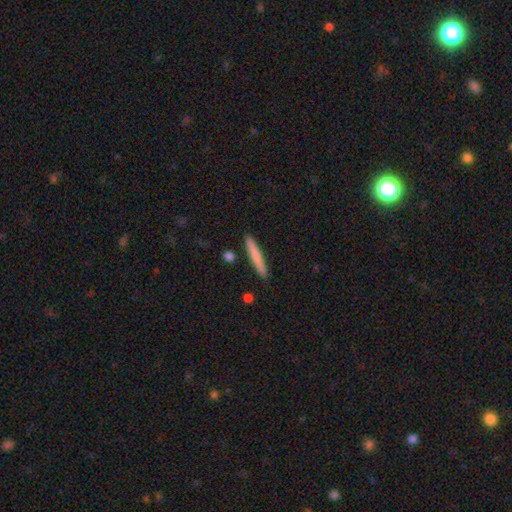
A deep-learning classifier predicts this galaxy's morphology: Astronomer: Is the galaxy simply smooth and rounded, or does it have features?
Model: smooth — 76%.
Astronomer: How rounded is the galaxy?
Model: cigar-shaped — 95%.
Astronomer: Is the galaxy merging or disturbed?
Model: none — 89%.